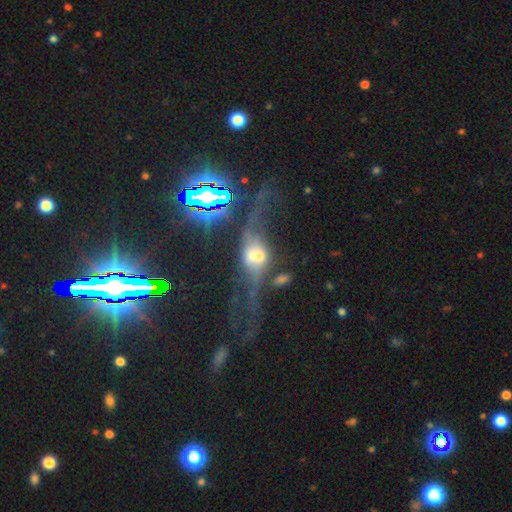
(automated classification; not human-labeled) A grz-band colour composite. It shows a featured or disk galaxy (65%). Merging: major disturbance (33%).